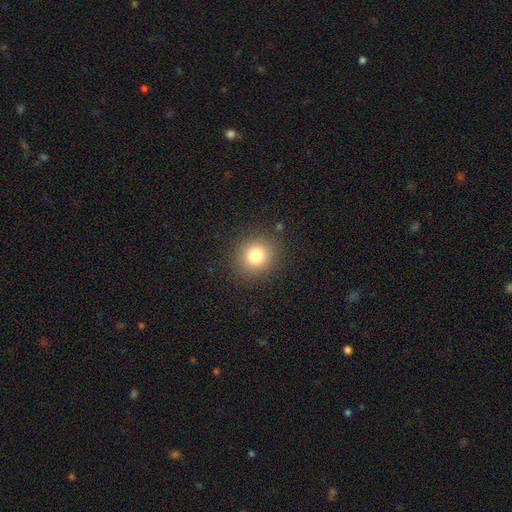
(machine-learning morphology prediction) Smooth or featured: smooth — 80% (star or artifact — 12%)
How rounded: round — 87% (in between — 12%)
Merging: none — 89% (minor disturbance — 7%)